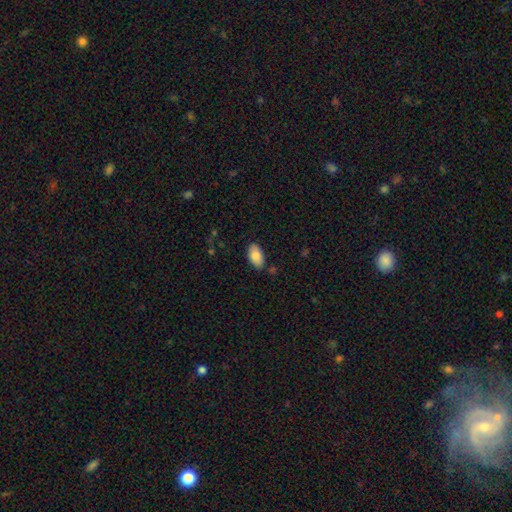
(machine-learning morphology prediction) smooth_or_featured: smooth (p=0.87) [alt: featured or disk p=0.07]
how_rounded: in between (p=0.95) [alt: round p=0.03]
merging: none (p=0.82) [alt: minor disturbance p=0.13]